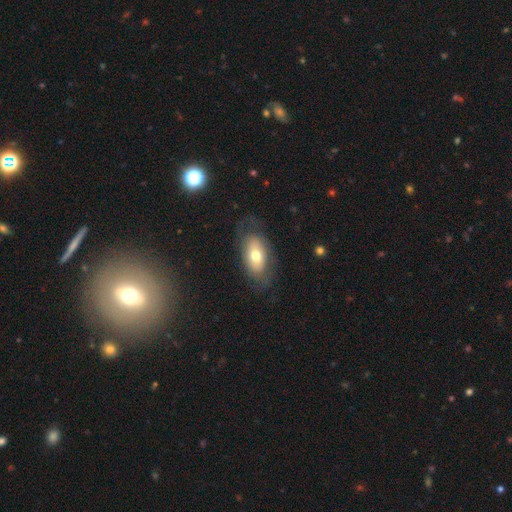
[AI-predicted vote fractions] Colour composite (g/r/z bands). It shows a smooth galaxy with no disk features (59%) that is in between round and cigar-shaped (90%). Merging: none (68%).